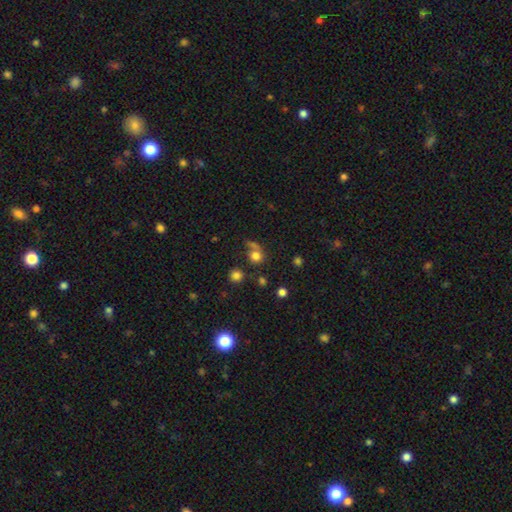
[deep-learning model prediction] The model was most divided on "merging": none: 51%, merger: 22%, minor disturbance: 14%, major disturbance: 13%. More confident: how rounded — round (80%); smooth or featured — smooth (74%).